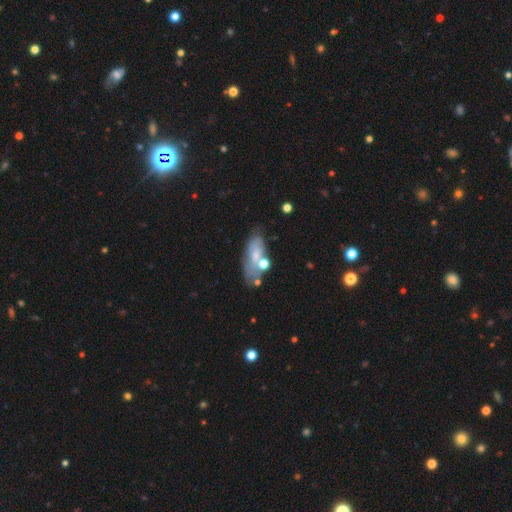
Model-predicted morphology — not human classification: Smooth or featured? Predicted: smooth (p=0.58). How rounded? Predicted: in between (p=0.79). Merging? Predicted: none (p=0.53).